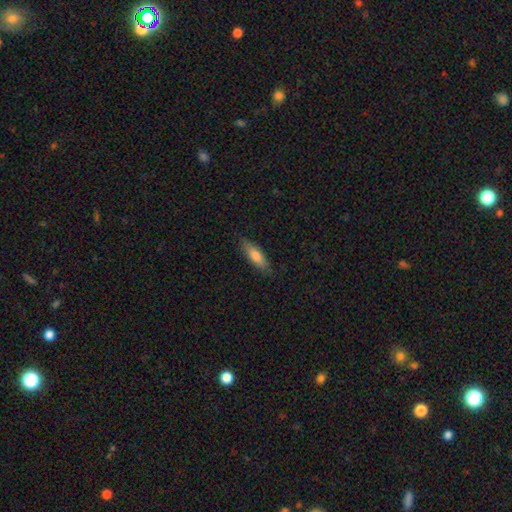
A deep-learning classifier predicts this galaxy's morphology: Smooth or featured? Predicted: smooth (p=0.71). How rounded? Predicted: cigar-shaped (p=0.55). Merging? Predicted: none (p=0.85).